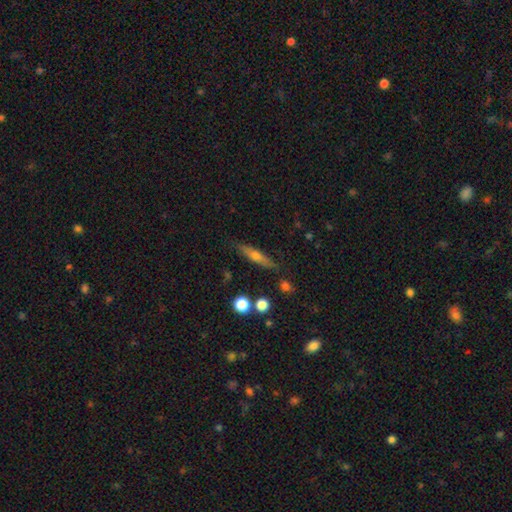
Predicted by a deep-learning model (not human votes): smooth_or_featured: smooth (p=0.49) [alt: featured or disk p=0.44]
merging: none (p=0.82) [alt: minor disturbance p=0.12]